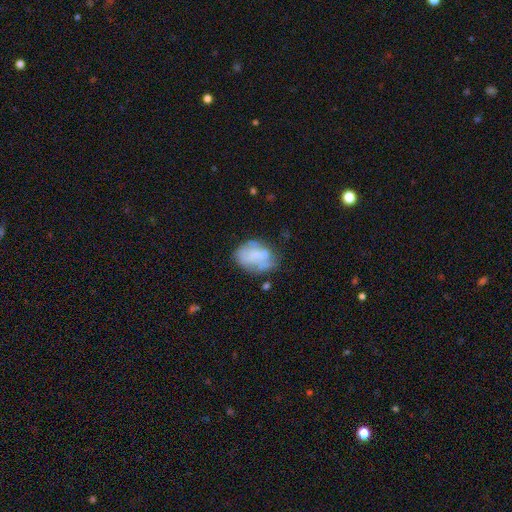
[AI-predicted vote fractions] smooth 51%, featured or disk 40%, star or artifact 9%. Down the decision tree: how rounded — in between (74%); merging — none (47%).